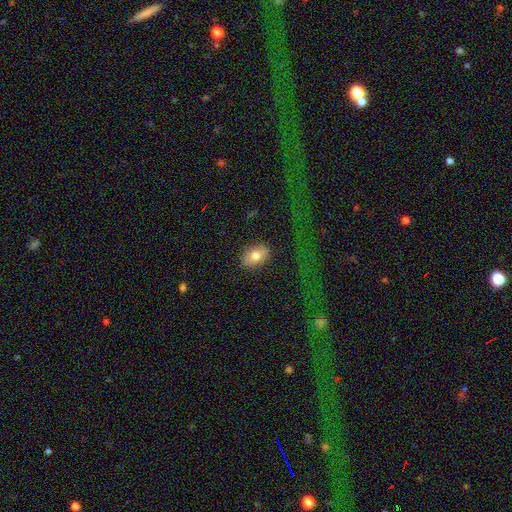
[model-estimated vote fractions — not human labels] Overall: smooth (76%). How rounded: in between (81%). Merging: none (86%).